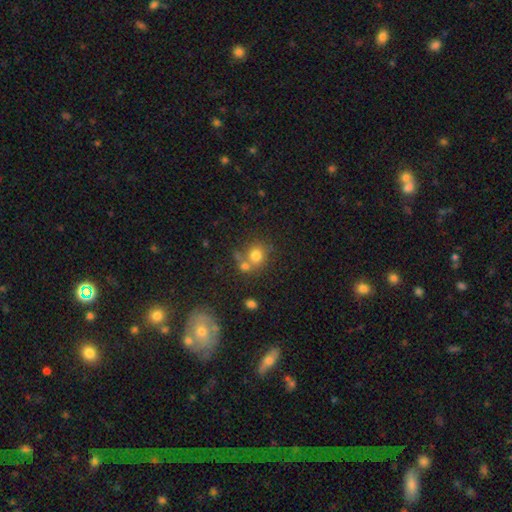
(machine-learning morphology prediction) type=smooth (74%); roundness=round (78%); merging=none (49%).